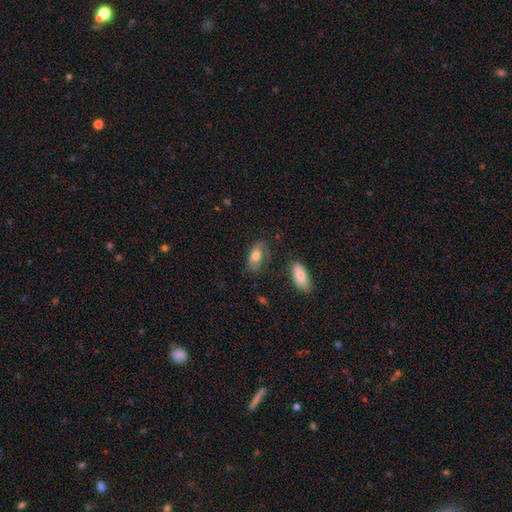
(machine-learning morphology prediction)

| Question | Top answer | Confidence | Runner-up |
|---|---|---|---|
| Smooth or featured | smooth | 67% | featured or disk (25%) |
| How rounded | in between | 89% | cigar-shaped (6%) |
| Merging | none | 60% | minor disturbance (25%) |